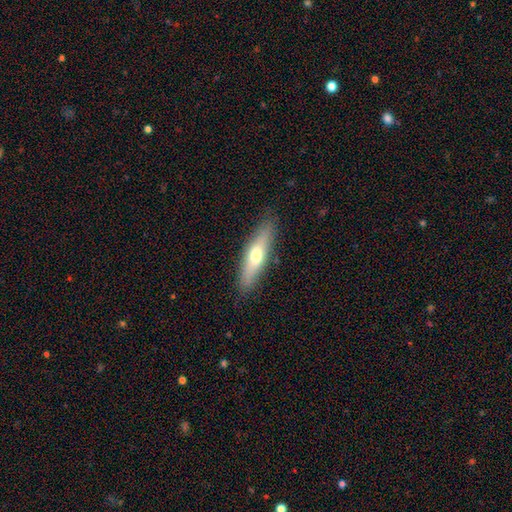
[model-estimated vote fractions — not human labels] This appears to be a smooth galaxy with no disk features (56%) that is cigar-shaped (70%). Merging: none (87%).